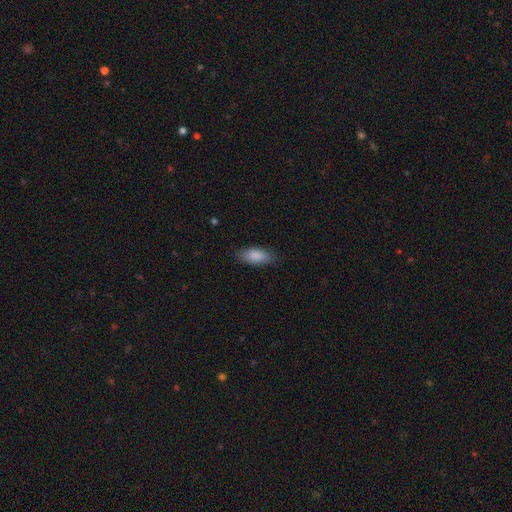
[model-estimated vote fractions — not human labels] smooth-or-featured: smooth: 87% | star or artifact: 6% | featured or disk: 6%
  how-rounded: in between: 84% | cigar-shaped: 14% | round: 2%
  merging: none: 82% | minor disturbance: 14% | major disturbance: 3% | merger: 1%